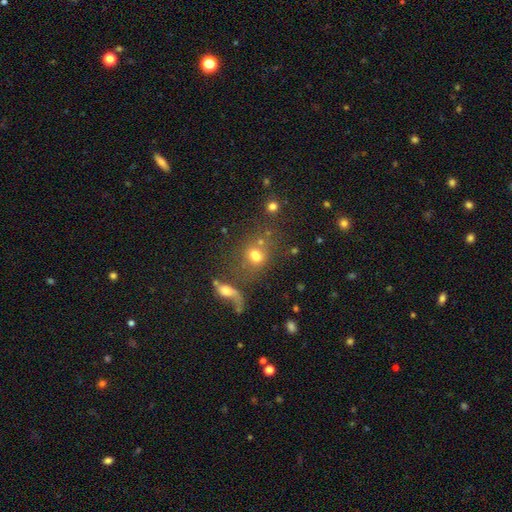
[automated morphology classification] Q: Smooth or featured?
A: smooth (67%); runner-up: featured or disk (18%)
Q: How rounded?
A: round (54%); runner-up: in between (43%)
Q: Merging?
A: none (41%); runner-up: merger (32%)